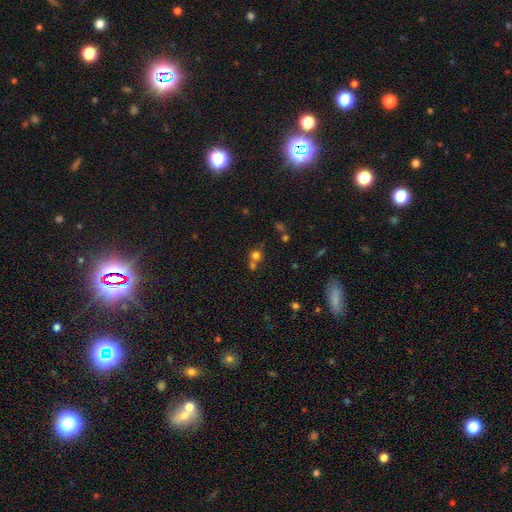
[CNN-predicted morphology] This appears to be a smooth galaxy with no disk features (70%) that is round (87%). Merging: none (52%).